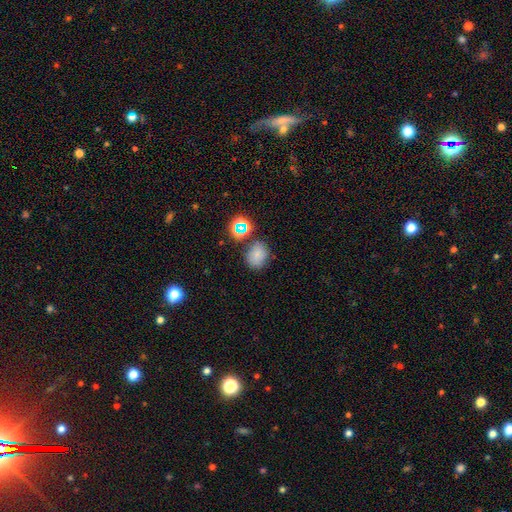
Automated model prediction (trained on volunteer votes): The model was most divided on "how rounded": round: 53%, in between: 46%, cigar-shaped: 1%. More confident: smooth or featured — smooth (73%); merging — none (71%).